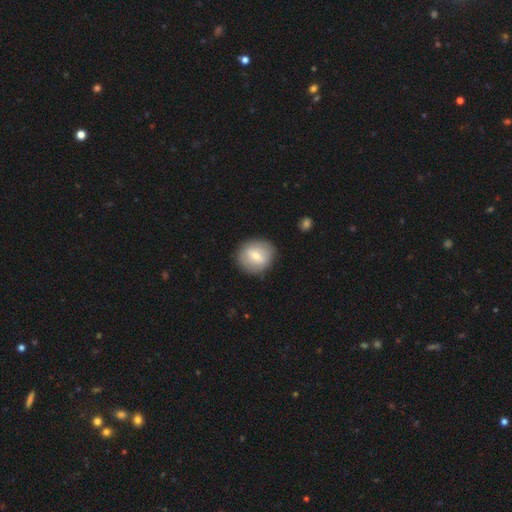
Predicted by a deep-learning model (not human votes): A smooth galaxy with no disk features (54%) that is round (78%). Merging: none (85%).